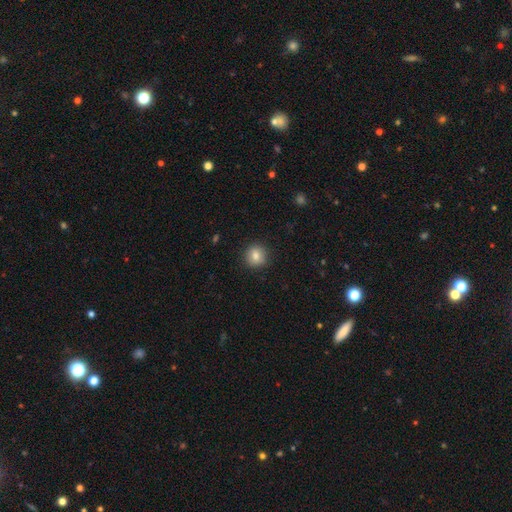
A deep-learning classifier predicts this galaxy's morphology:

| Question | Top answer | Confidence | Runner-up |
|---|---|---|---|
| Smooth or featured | smooth | 83% | star or artifact (10%) |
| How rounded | round | 90% | in between (9%) |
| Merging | none | 90% | minor disturbance (7%) |